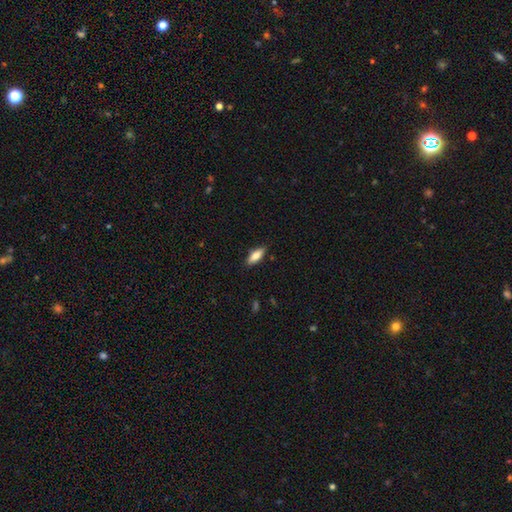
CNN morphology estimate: smooth 76%, featured or disk 18%, star or artifact 6%. Down the decision tree: how rounded — in between (67%); merging — none (87%).